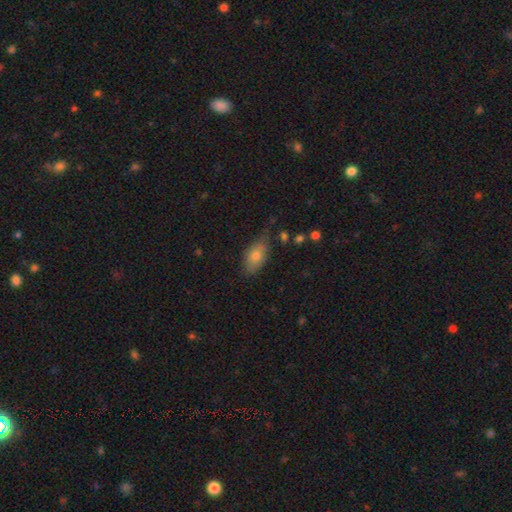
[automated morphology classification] This is likely a smooth galaxy (73%). How rounded: clearly in between (88%). Merging: likely none (61%).